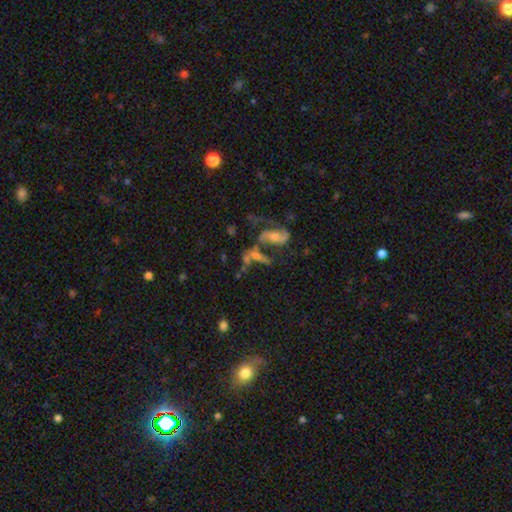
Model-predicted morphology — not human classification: The model was most divided on "merging": merger: 42%, none: 28%, major disturbance: 18%, minor disturbance: 12%. More confident: edge-on disk — no (81%); smooth or featured — featured or disk (55%).